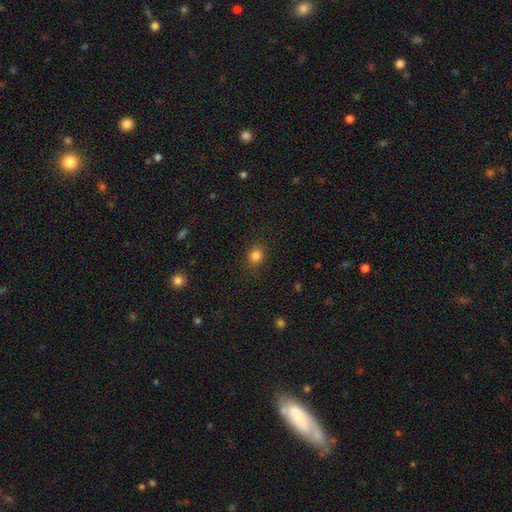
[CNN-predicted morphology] type=smooth (83%); roundness=round (77%); merging=none (86%).